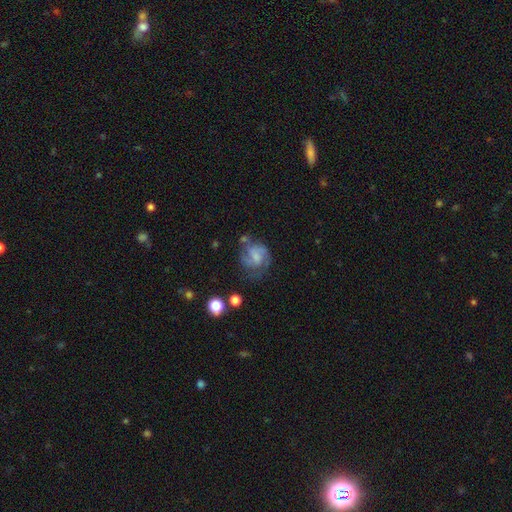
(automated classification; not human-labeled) This appears to be a featured or disk galaxy (67%) with no bar (51%), 2 (47%) medium (47%) spiral arms (85%) and no central bulge (33%, tied with small). Merging: none (49%).